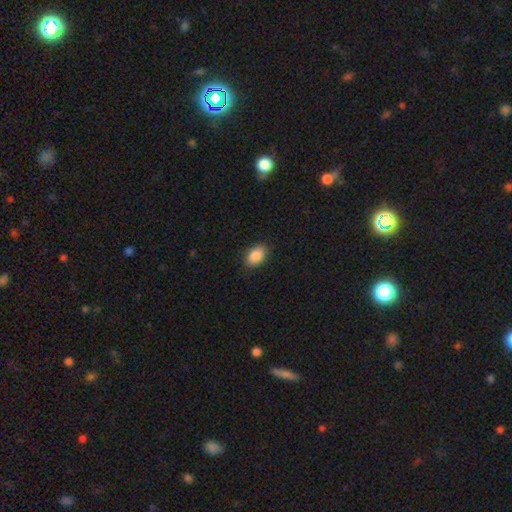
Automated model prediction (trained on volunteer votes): A smooth galaxy with no disk features (88%) that is in between round and cigar-shaped (88%).

Vote fractions:
- Smooth or featured? smooth: 88% / star or artifact: 7% / featured or disk: 5%
- How rounded? in between: 88% / round: 10% / cigar-shaped: 1%
- Merging? none: 87% / minor disturbance: 10% / major disturbance: 2% / merger: 1%